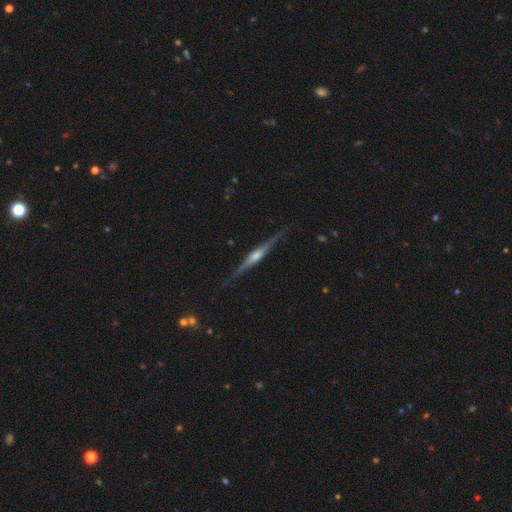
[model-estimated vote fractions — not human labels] Smooth or featured? Predicted: featured or disk (p=0.83). Edge-on disk? Predicted: yes (p=0.98). Edge-on bulge? Predicted: rounded (p=0.82). Merging? Predicted: none (p=0.86).